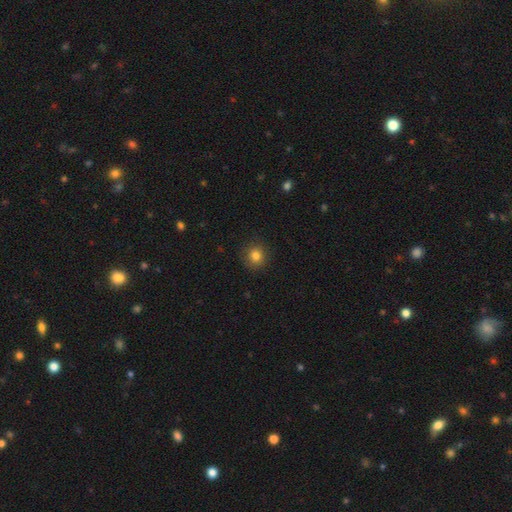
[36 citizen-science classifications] Volunteers were most divided on "merging": none: 85%, minor disturbance: 15%, major disturbance: 0%, merger: 0%. More confident: smooth or featured — smooth (94%); how rounded — round (91%).